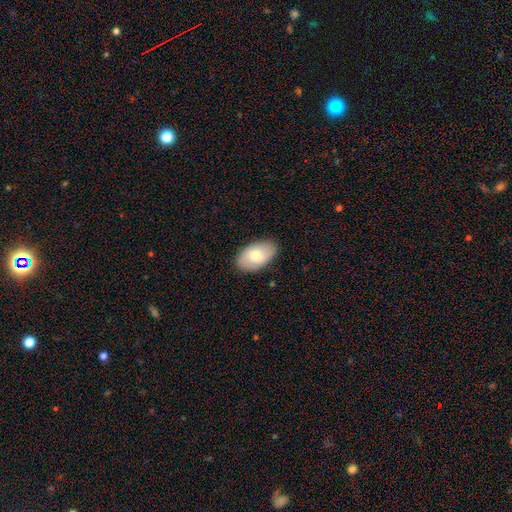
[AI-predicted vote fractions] This is likely a smooth galaxy (74%). How rounded: clearly in between (94%). Merging: clearly none (85%).